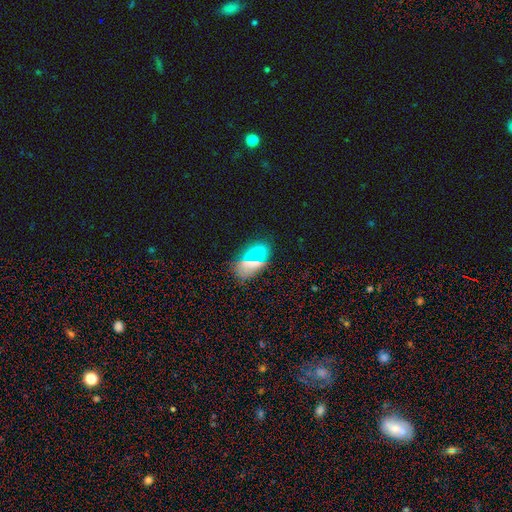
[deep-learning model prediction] smooth 66%, star or artifact 21%, featured or disk 13%. Down the decision tree: how rounded — in between (89%); merging — none (83%).